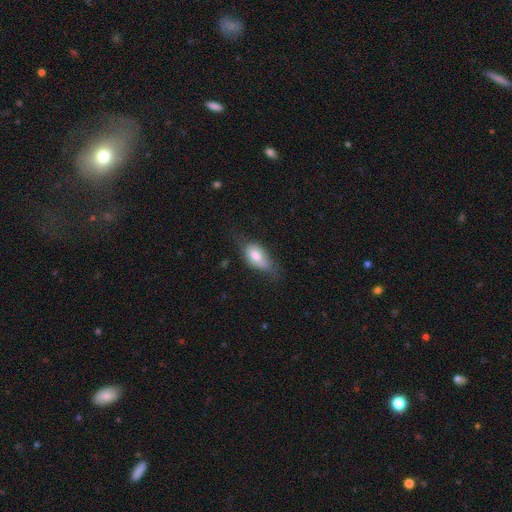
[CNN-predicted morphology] Smooth or featured? smooth (69%)
How rounded? in between (87%)
Merging? none (47%)